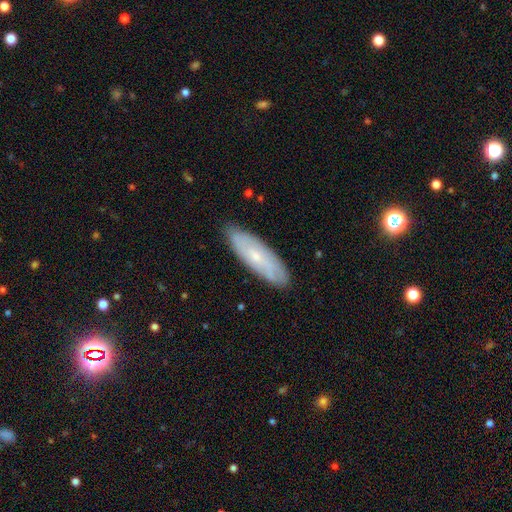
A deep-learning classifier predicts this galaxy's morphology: Smooth or featured? Predicted: featured or disk (p=0.50). Edge-on disk? Predicted: no (p=0.73). Merging? Predicted: none (p=0.85).